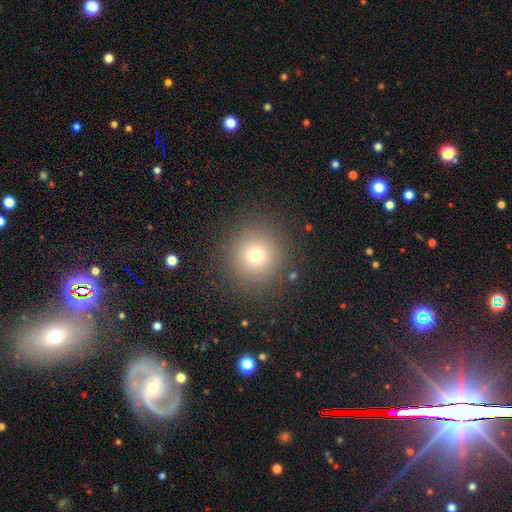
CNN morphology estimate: Smooth or featured? smooth (71%)
How rounded? round (94%)
Merging? none (88%)